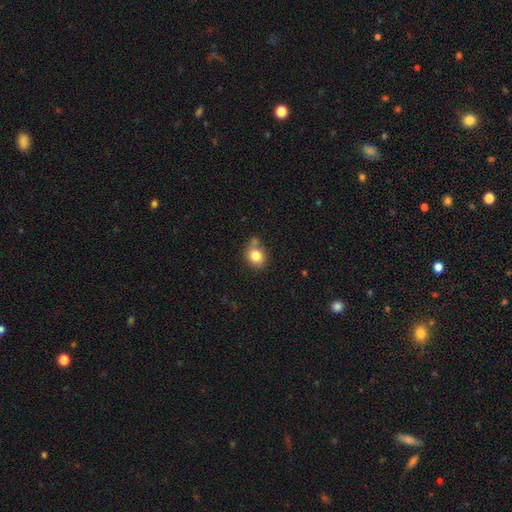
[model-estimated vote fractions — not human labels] Morphology: type=smooth (82%); roundness=round (63%); merging=none (65%).